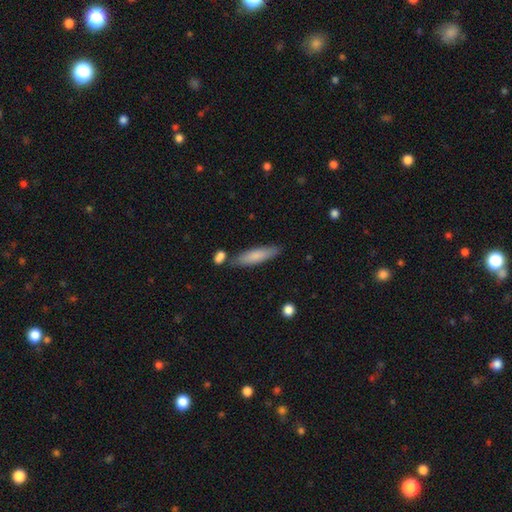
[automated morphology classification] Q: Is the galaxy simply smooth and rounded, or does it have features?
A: smooth — 77%.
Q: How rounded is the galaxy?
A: cigar-shaped — 75%.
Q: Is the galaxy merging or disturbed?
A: none — 77%.